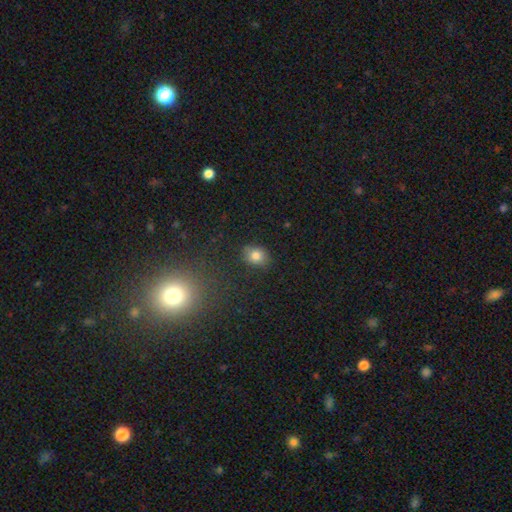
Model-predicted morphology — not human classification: Smooth or featured: smooth — 80% (star or artifact — 11%)
How rounded: round — 51% (in between — 48%)
Merging: none — 81% (minor disturbance — 14%)